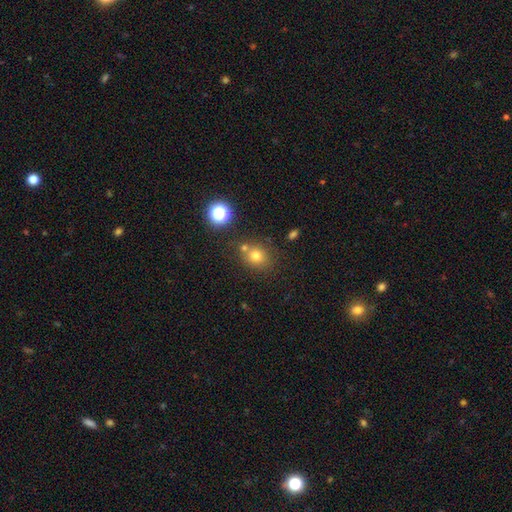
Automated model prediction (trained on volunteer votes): Smooth or featured: smooth — 74% (star or artifact — 17%)
How rounded: round — 73% (in between — 26%)
Merging: none — 65% (merger — 19%)